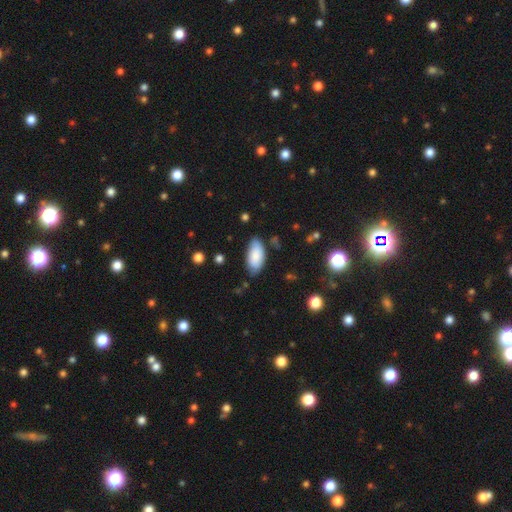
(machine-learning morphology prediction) This appears to be a smooth galaxy with no disk features (85%) that is in between round and cigar-shaped (93%). Merging: none (76%).